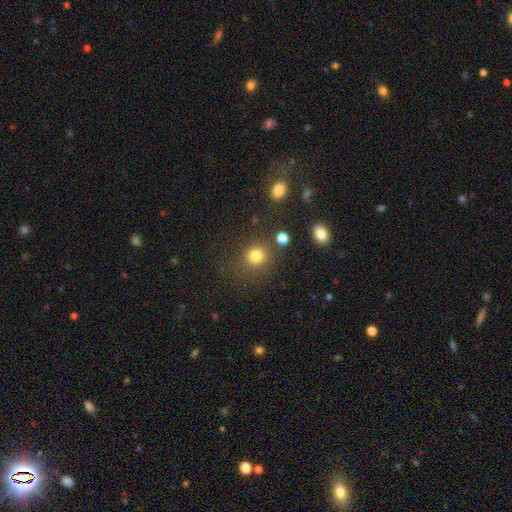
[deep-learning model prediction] smooth-or-featured: smooth: 80% | star or artifact: 14% | featured or disk: 6%
  how-rounded: round: 84% | in between: 15% | cigar-shaped: 1%
  merging: none: 77% | minor disturbance: 11% | major disturbance: 6% | merger: 6%